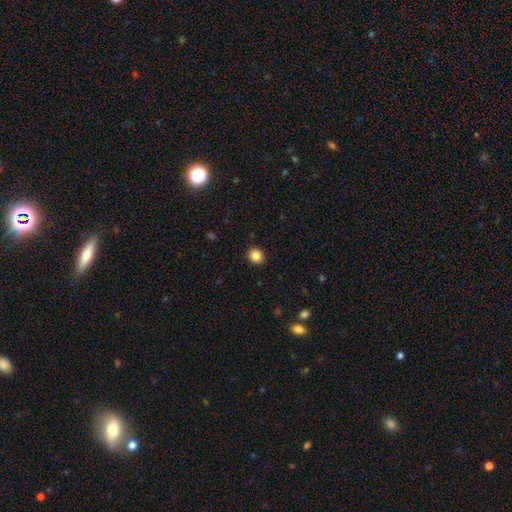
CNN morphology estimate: Overall: smooth (85%). How rounded: round (89%). Merging: none (92%).